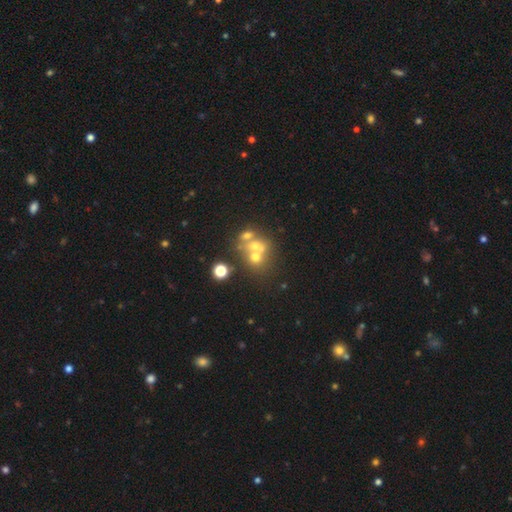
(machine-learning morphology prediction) Q: Smooth or featured?
A: smooth (44%); runner-up: featured or disk (29%)
Q: Merging?
A: merger (50%); runner-up: none (36%)